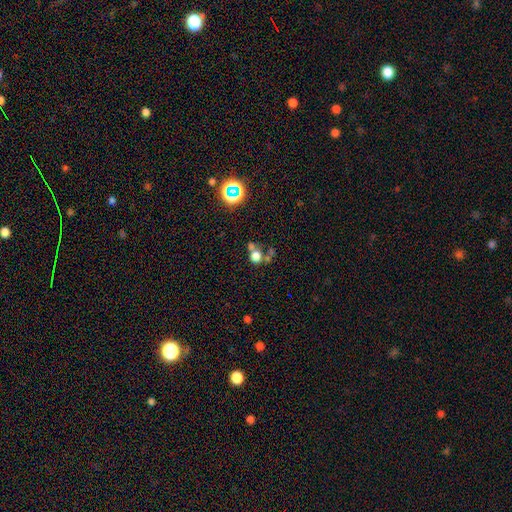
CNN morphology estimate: smooth_or_featured: smooth (p=0.68) [alt: star or artifact p=0.20]
how_rounded: round (p=0.76) [alt: in between p=0.23]
merging: none (p=0.44) [alt: merger p=0.37]